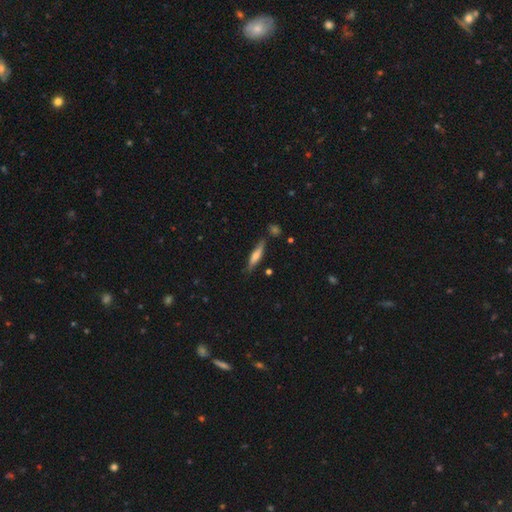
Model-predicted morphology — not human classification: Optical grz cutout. It shows a smooth galaxy with no disk features (51%) that is cigar-shaped (84%). Merging: none (81%).